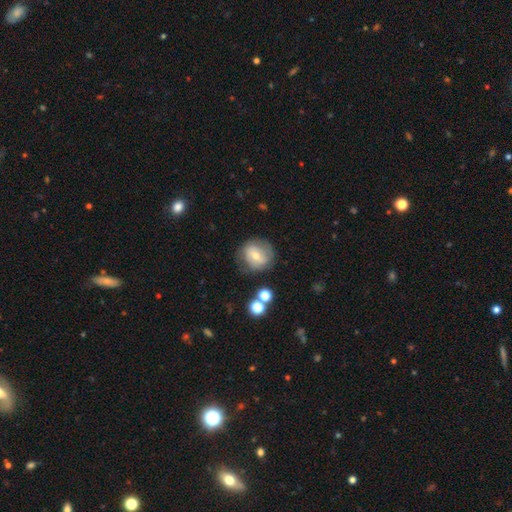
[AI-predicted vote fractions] smooth_or_featured: smooth (p=0.50) [alt: featured or disk p=0.41]
how_rounded: round (p=0.84) [alt: in between p=0.15]
merging: none (p=0.70) [alt: minor disturbance p=0.18]